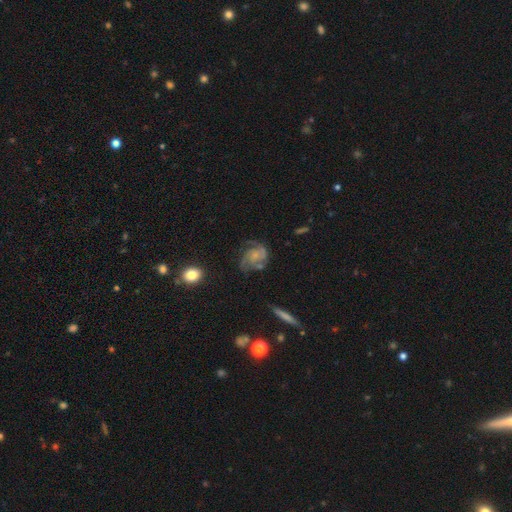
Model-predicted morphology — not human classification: This appears to be a featured or disk galaxy (79%) with no bar (71%), 2 (35%) medium (45%) spiral arms (93%) and a small central bulge (54%). Merging: none (57%).